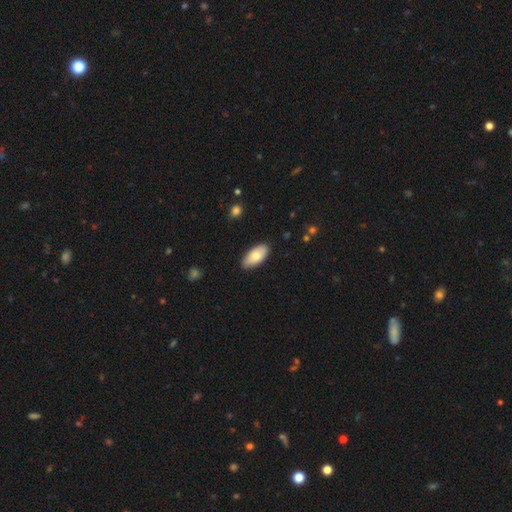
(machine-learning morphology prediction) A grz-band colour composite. It shows a smooth galaxy with no disk features (71%) that is in between round and cigar-shaped (93%). Merging: none (88%).